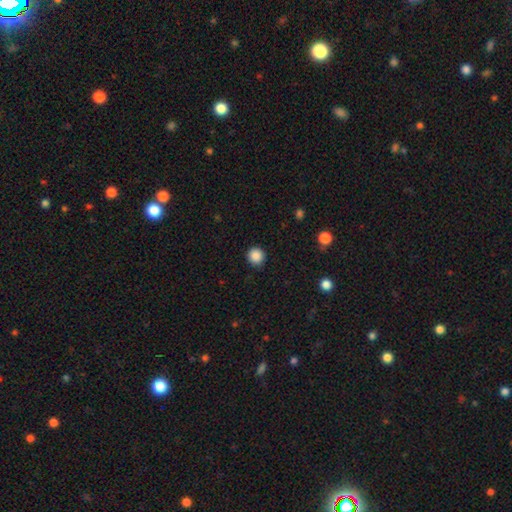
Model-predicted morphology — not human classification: Smooth or featured: smooth — 88% (star or artifact — 10%)
How rounded: round — 94% (in between — 5%)
Merging: none — 92% (minor disturbance — 6%)